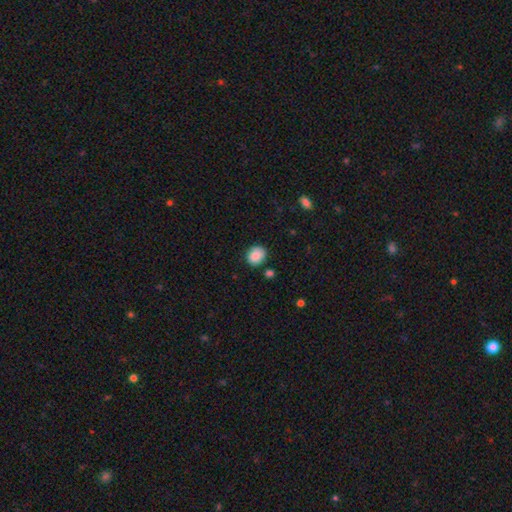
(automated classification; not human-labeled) Smooth or featured? Predicted: smooth (p=0.86). How rounded? Predicted: round (p=0.73). Merging? Predicted: none (p=0.78).